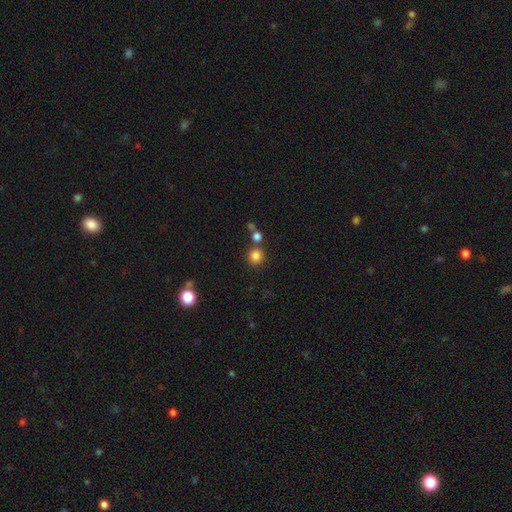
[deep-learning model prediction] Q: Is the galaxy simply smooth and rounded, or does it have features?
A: smooth — 82%.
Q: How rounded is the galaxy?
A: round — 92%.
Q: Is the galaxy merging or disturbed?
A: none — 77%.